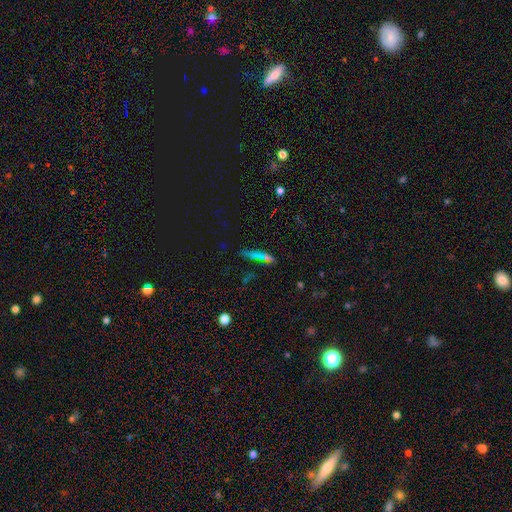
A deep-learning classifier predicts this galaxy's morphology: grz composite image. It shows a smooth galaxy with no disk features (47%). Merging: none (73%).